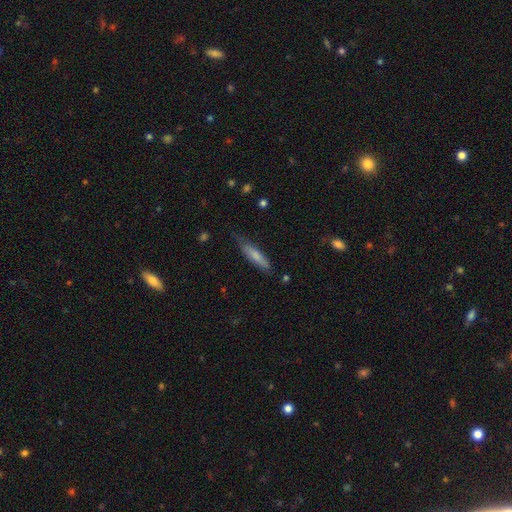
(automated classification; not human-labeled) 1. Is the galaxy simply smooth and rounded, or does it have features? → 71% smooth, 23% featured or disk, 6% star or artifact.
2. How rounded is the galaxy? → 76% cigar-shaped, 22% in between, 1% round.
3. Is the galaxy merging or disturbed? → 64% none, 28% minor disturbance, 6% major disturbance, 2% merger.